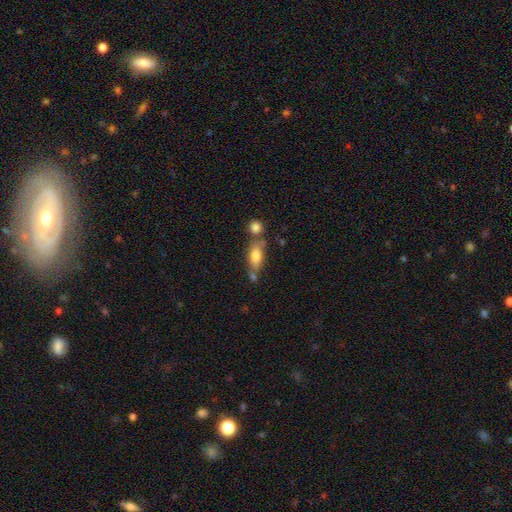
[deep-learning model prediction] Overall: smooth (73%). How rounded: in between (73%). Merging: none (54%; merger 25%).